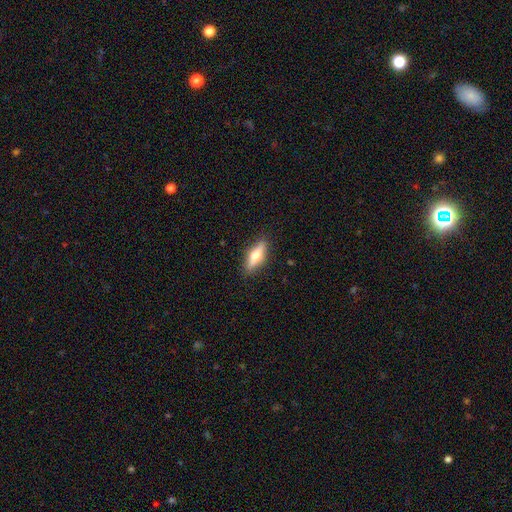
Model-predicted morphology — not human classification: This appears to be a smooth galaxy with no disk features (52%) that is cigar-shaped (52%). Merging: none (88%).